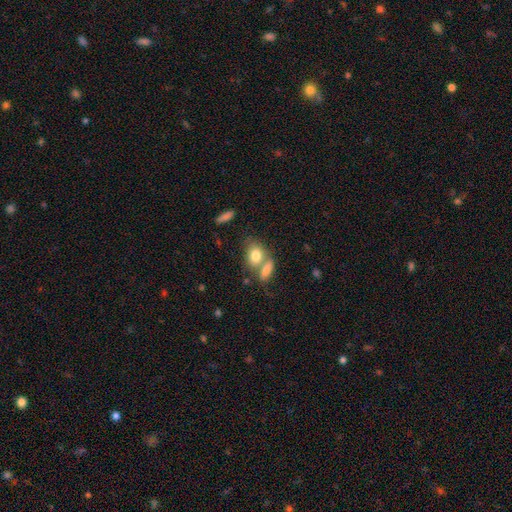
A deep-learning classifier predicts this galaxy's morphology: Q: Smooth or featured?
A: smooth (79%); runner-up: featured or disk (13%)
Q: How rounded?
A: in between (71%); runner-up: round (25%)
Q: Merging?
A: merger (46%); runner-up: none (39%)